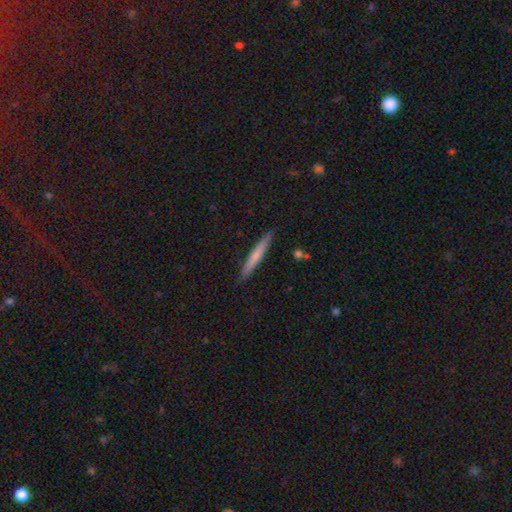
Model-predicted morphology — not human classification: Q: Smooth or featured?
A: smooth (63%); runner-up: featured or disk (31%)
Q: How rounded?
A: cigar-shaped (96%); runner-up: in between (3%)
Q: Merging?
A: none (90%); runner-up: minor disturbance (7%)